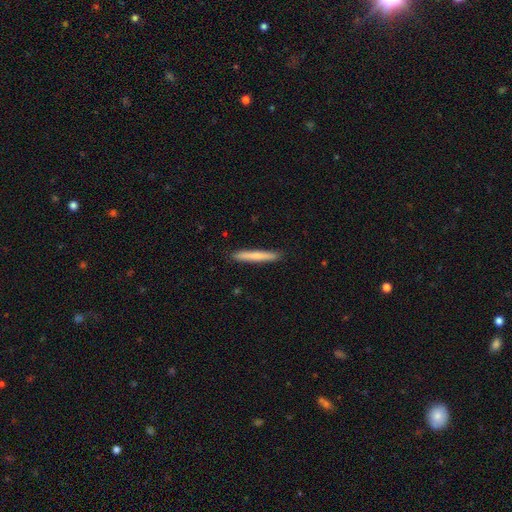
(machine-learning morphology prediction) Overall: smooth (71%). How rounded: cigar-shaped (96%). Merging: none (91%).